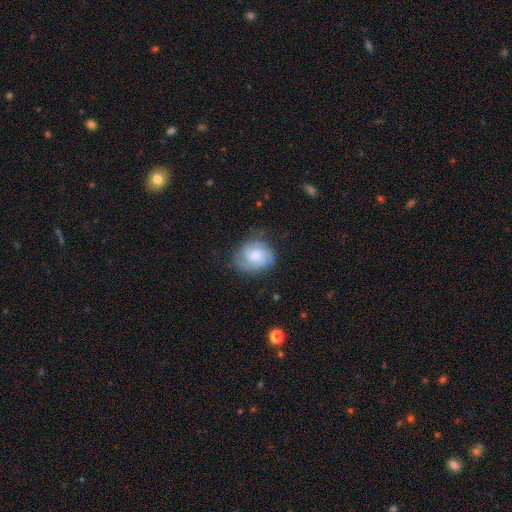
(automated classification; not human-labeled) Smooth or featured?
  - featured or disk: 68% *
  - smooth: 26%
  - star or artifact: 7%
Edge-on disk?
  - no: 98% *
  - yes: 2%
Bar?
  - no: 65% *
  - weak: 31%
  - strong: 4%
Spiral arms?
  - yes: 93% *
  - no: 7%
Spiral winding?
  - tight: 51% *
  - medium: 39%
  - loose: 10%
Spiral arm count?
  - 2: 37% *
  - 3: 26%
  - can't tell: 24%
  - 4: 5%
  - 1: 5%
  - more than 4: 3%
Bulge size?
  - moderate: 45% *
  - large: 22%
  - small: 20%
  - none: 10%
  - dominant: 2%
Merging?
  - none: 68% *
  - minor disturbance: 22%
  - major disturbance: 9%
  - merger: 1%